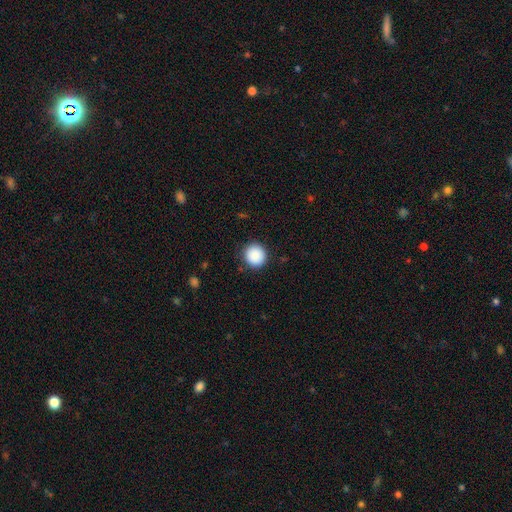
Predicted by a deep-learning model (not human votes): Smooth or featured: smooth — 89% (star or artifact — 8%)
How rounded: round — 93% (in between — 6%)
Merging: none — 90% (minor disturbance — 7%)